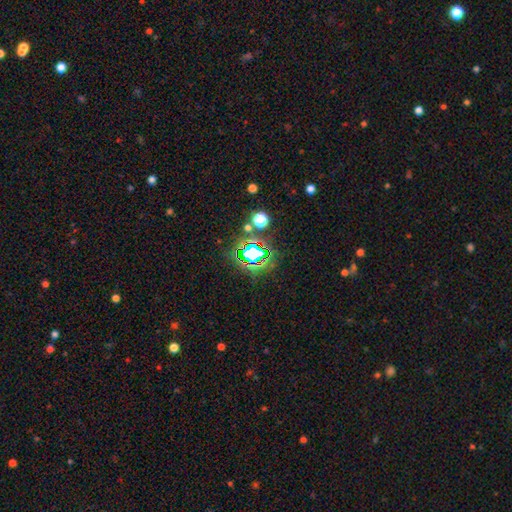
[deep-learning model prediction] Q: Smooth or featured?
A: star or artifact (65%); runner-up: smooth (24%)